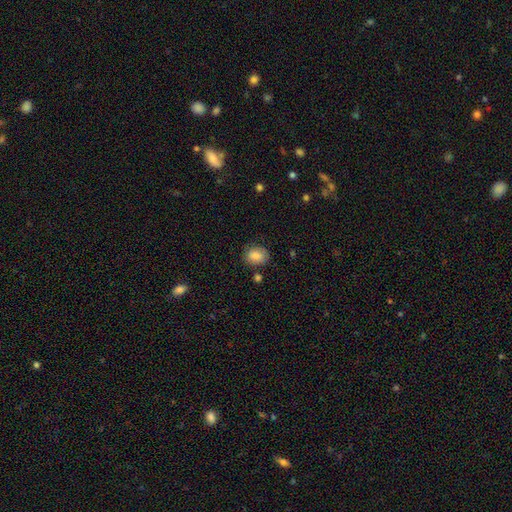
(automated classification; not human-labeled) Smooth or featured?
  - smooth: 83% *
  - featured or disk: 9%
  - star or artifact: 8%
How rounded?
  - in between: 57% *
  - round: 42%
  - cigar-shaped: 1%
Merging?
  - none: 73% *
  - minor disturbance: 18%
  - major disturbance: 5%
  - merger: 4%